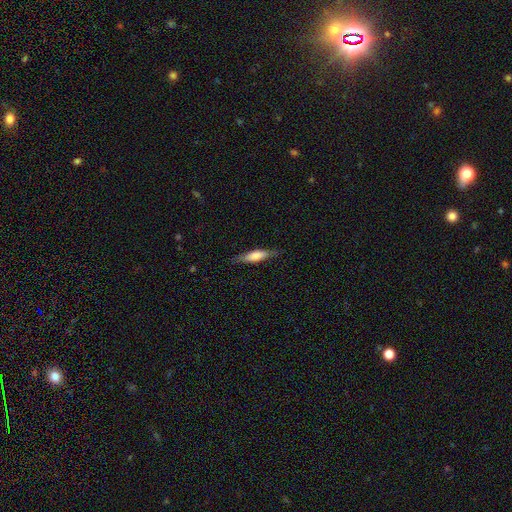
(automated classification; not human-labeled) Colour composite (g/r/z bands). It shows a smooth galaxy with no disk features (60%) that is cigar-shaped (74%). Merging: none (84%).